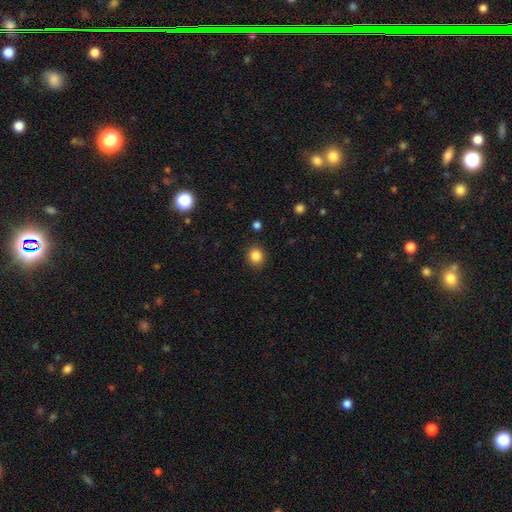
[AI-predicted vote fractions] A smooth galaxy with no disk features (85%) that is round (86%).

Vote fractions:
- Smooth or featured? smooth: 85% / star or artifact: 11% / featured or disk: 4%
- How rounded? round: 86% / in between: 13% / cigar-shaped: 1%
- Merging? none: 89% / minor disturbance: 7% / major disturbance: 2% / merger: 1%